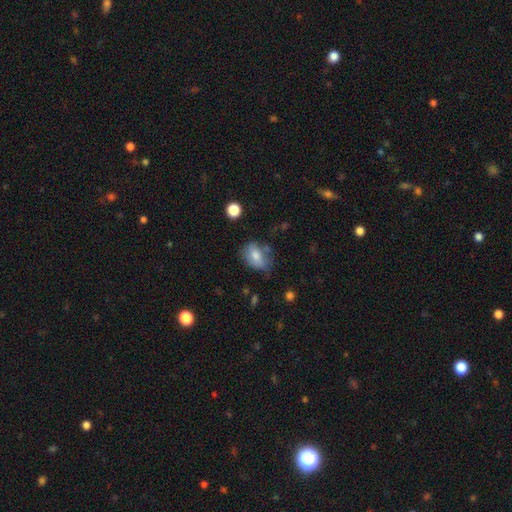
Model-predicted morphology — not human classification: This appears to be a smooth galaxy with no disk features (72%) that is in between round and cigar-shaped (79%). Merging: none (60%).